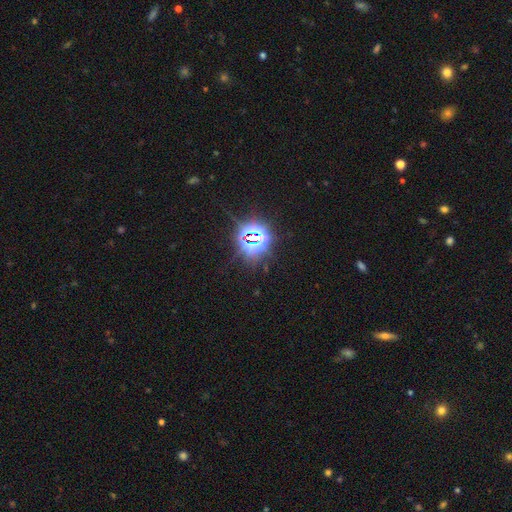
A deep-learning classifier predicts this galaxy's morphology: The model was most divided on "smooth or featured": star or artifact: 80%, smooth: 11%, featured or disk: 8%.